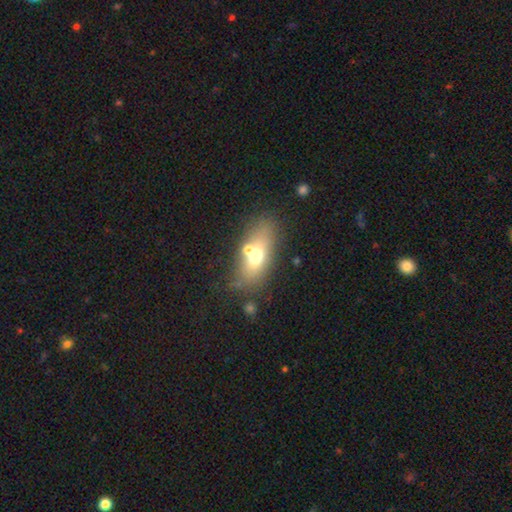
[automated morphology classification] The model was most divided on "smooth or featured": smooth: 60%, featured or disk: 28%, star or artifact: 12%. More confident: how rounded — in between (76%); merging — none (59%).